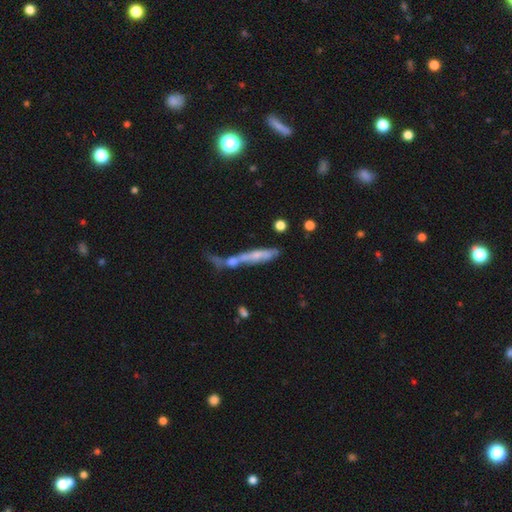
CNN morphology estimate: Q: Smooth or featured?
A: featured or disk (52%); runner-up: smooth (38%)
Q: Edge-on disk?
A: yes (60%); runner-up: no (40%)
Q: Merging?
A: merger (46%); runner-up: none (24%)